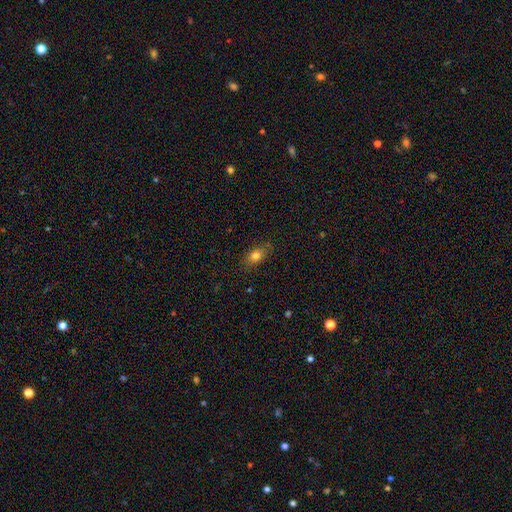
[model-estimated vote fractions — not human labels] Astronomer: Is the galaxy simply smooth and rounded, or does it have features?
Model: smooth — 79%.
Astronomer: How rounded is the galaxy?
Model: in between — 79%.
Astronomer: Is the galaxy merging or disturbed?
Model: none — 82%.